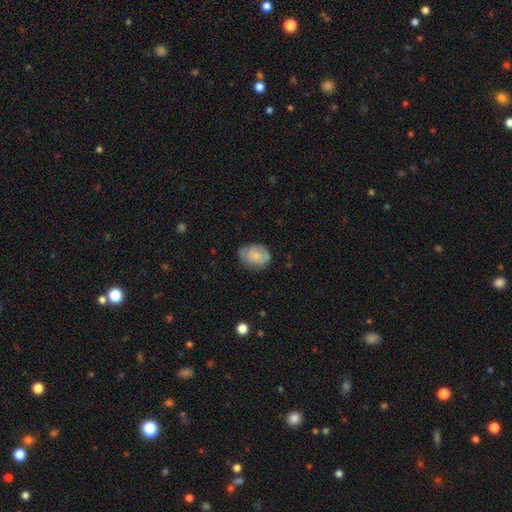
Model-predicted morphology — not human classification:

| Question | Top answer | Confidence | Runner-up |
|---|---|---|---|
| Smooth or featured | smooth | 75% | featured or disk (18%) |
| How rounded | in between | 64% | round (35%) |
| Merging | none | 64% | minor disturbance (28%) |